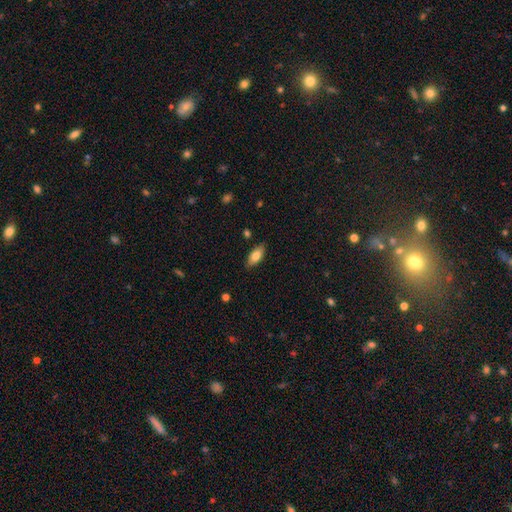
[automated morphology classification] A smooth galaxy with no disk features (80%) that is in between round and cigar-shaped (87%). Merging: none (86%).